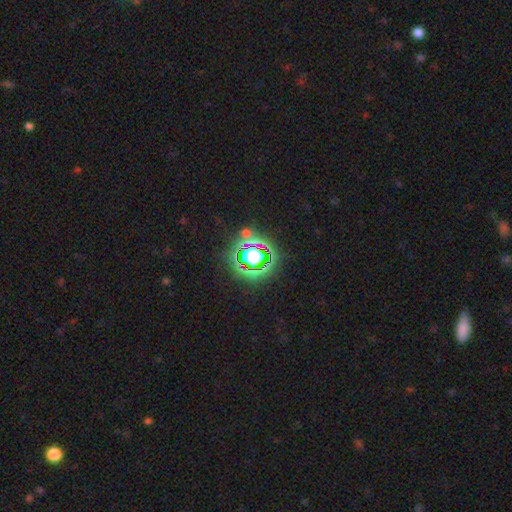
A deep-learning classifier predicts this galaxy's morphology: A star or artifact, not a galaxy (80%).

Vote fractions:
- Smooth or featured? star or artifact: 80% / smooth: 13% / featured or disk: 7%